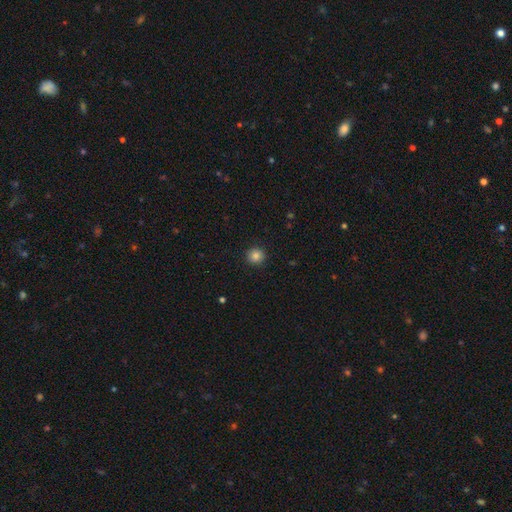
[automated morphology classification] This appears to be a smooth galaxy with no disk features (85%) that is round (94%). Merging: none (92%).